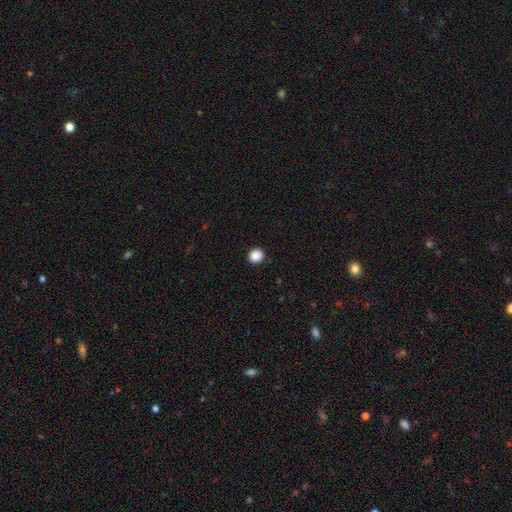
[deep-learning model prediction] A smooth galaxy with no disk features (88%) that is round (89%). Merging: none (92%).